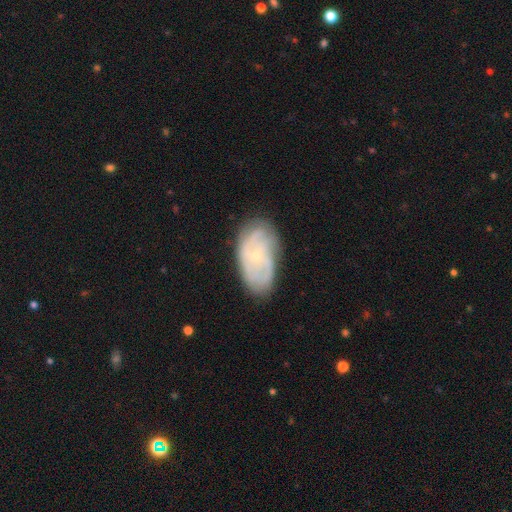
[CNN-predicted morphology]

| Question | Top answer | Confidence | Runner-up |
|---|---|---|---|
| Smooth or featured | featured or disk | 68% | smooth (26%) |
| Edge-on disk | no | 95% | yes (5%) |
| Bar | no | 78% | weak (18%) |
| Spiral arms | yes | 79% | no (21%) |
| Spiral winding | tight | 57% | medium (31%) |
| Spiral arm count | can't tell | 49% | 2 (18%) |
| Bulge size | small | 79% | moderate (17%) |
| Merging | none | 73% | minor disturbance (20%) |